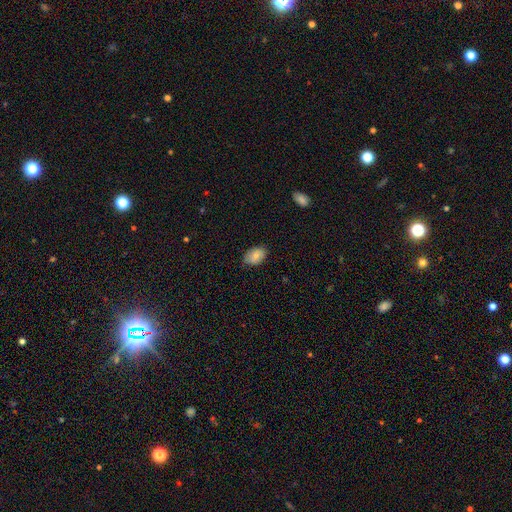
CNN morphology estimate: This appears to be a smooth galaxy with no disk features (81%) that is in between round and cigar-shaped (87%). Merging: none (81%).